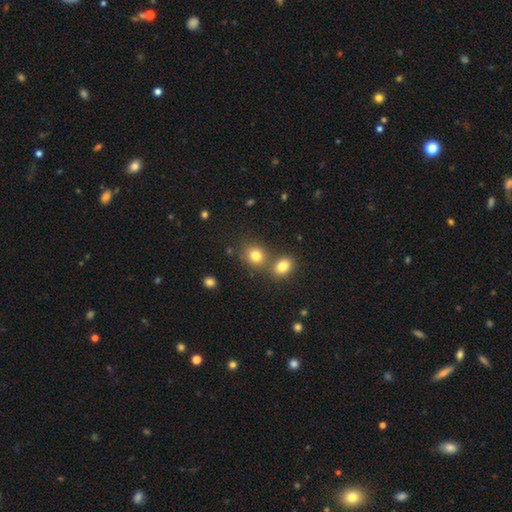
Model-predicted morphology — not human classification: Smooth or featured? smooth (79%)
How rounded? round (66%)
Merging? none (56%)